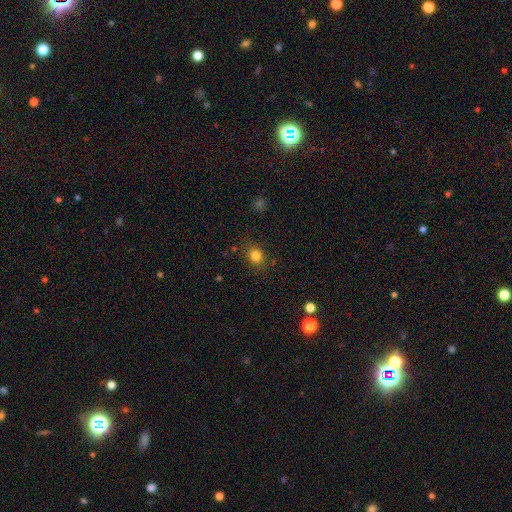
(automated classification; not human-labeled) Morphology: type=smooth (82%); roundness=round (71%); merging=none (84%).